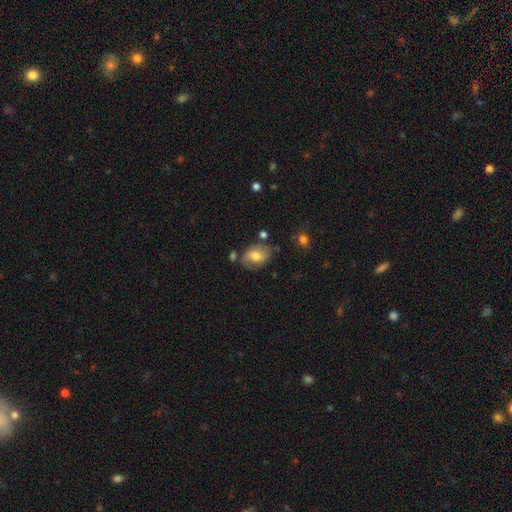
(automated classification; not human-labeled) Smooth or featured? smooth (59%)
How rounded? in between (74%)
Merging? none (66%)